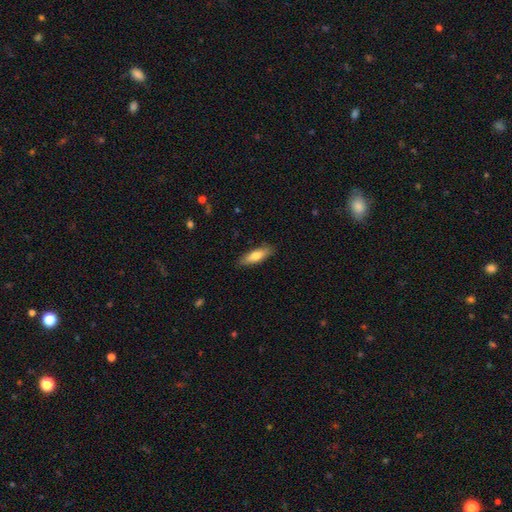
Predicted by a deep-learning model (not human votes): Morphology: type=smooth (70%); roundness=cigar-shaped (52%); merging=none (87%).